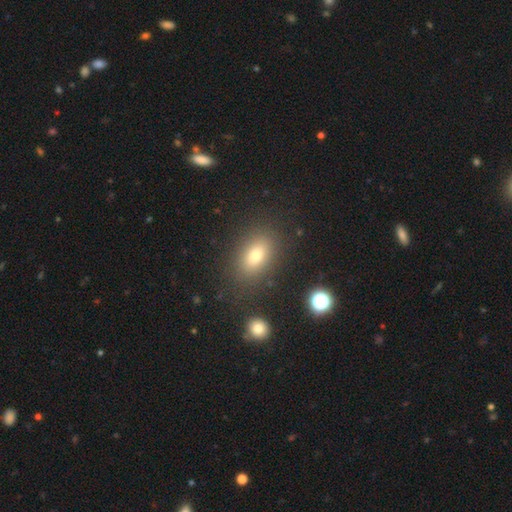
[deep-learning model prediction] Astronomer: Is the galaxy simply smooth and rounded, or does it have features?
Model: smooth — 75%.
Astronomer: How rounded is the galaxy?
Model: in between — 82%.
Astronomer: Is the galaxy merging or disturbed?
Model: none — 83%.